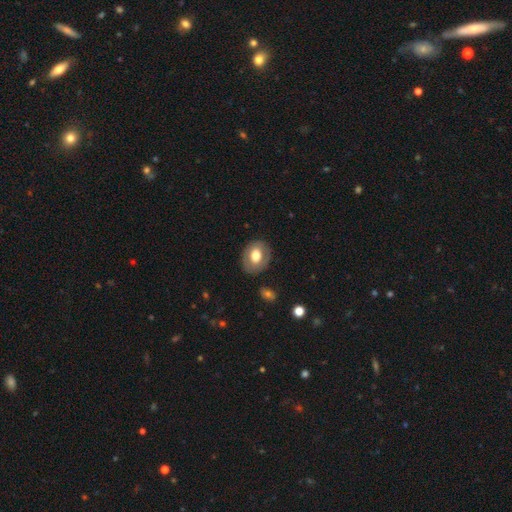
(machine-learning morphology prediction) type=smooth (64%); roundness=in between (61%); merging=none (82%).